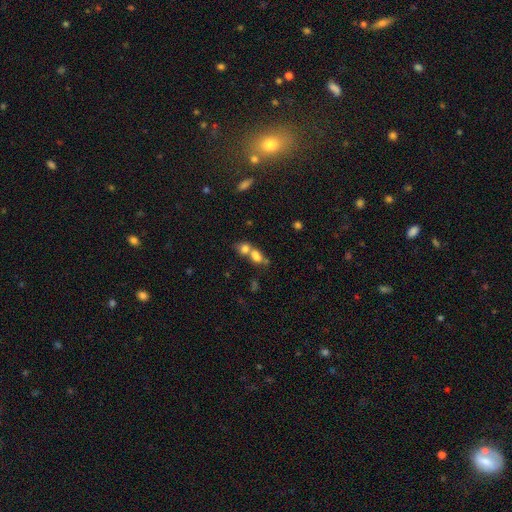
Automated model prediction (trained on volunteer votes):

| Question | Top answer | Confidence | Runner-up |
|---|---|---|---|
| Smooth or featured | smooth | 75% | featured or disk (13%) |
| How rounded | in between | 69% | round (26%) |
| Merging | merger | 64% | none (24%) |